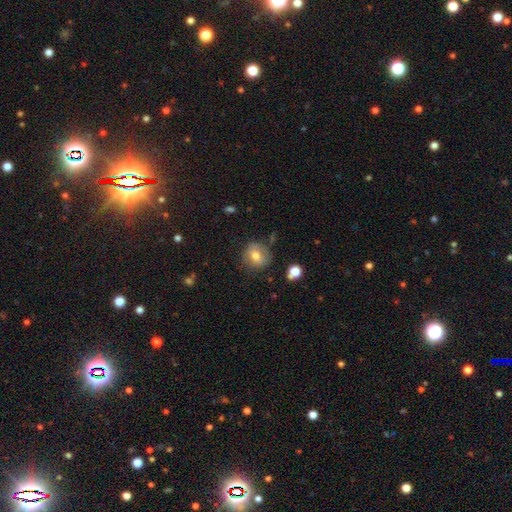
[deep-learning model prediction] Smooth or featured: smooth — 68% (featured or disk — 22%)
How rounded: round — 71% (in between — 28%)
Merging: none — 70% (minor disturbance — 20%)